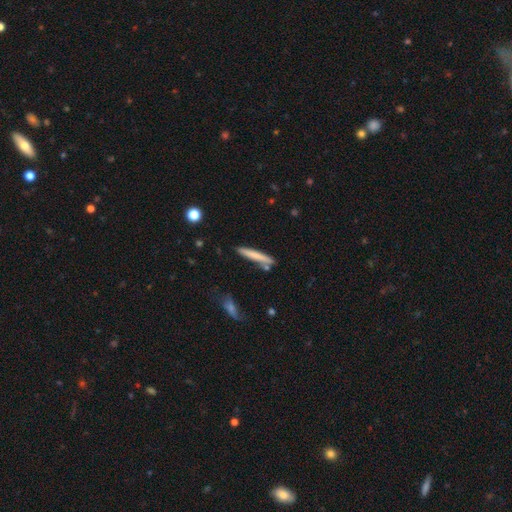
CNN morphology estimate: Q: Smooth or featured?
A: smooth (71%); runner-up: featured or disk (23%)
Q: How rounded?
A: cigar-shaped (95%); runner-up: in between (4%)
Q: Merging?
A: none (80%); runner-up: minor disturbance (12%)